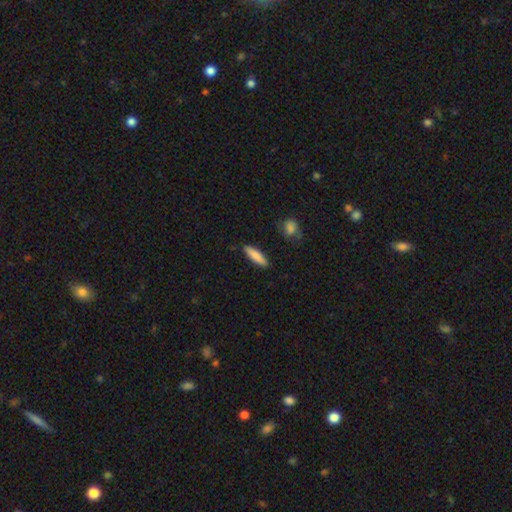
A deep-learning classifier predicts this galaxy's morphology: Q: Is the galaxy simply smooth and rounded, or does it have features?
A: smooth — 83%.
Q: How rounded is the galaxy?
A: cigar-shaped — 67%.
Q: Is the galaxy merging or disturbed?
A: none — 86%.